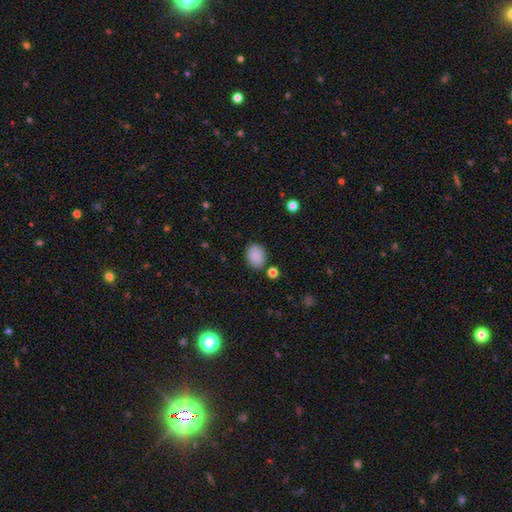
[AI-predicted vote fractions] smooth 88%, star or artifact 8%, featured or disk 4%. Down the decision tree: how rounded — in between (70%); merging — none (81%).